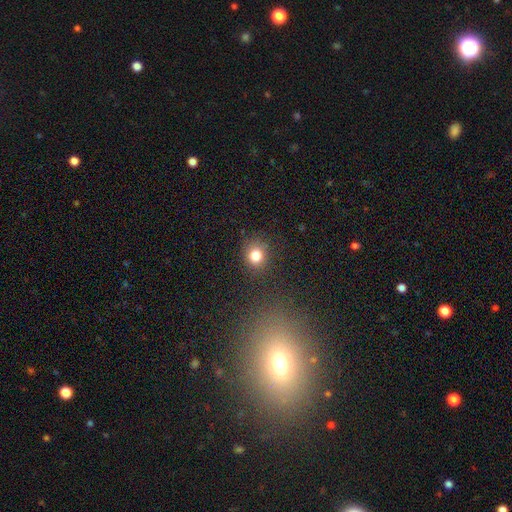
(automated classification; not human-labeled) A smooth galaxy with no disk features (81%) that is round (77%). Merging: none (84%).